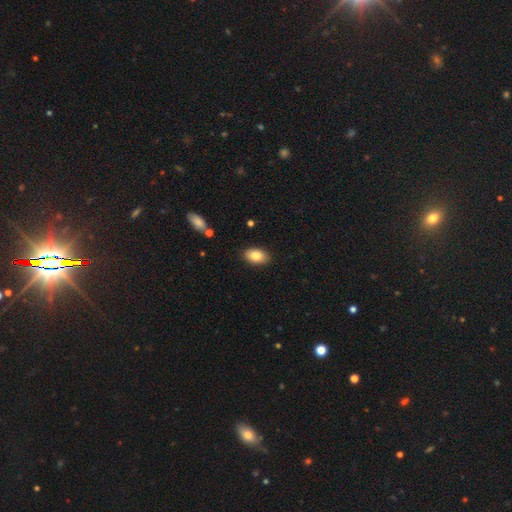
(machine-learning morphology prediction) smooth 85%, featured or disk 8%, star or artifact 7%. Down the decision tree: how rounded — in between (91%); merging — none (87%).